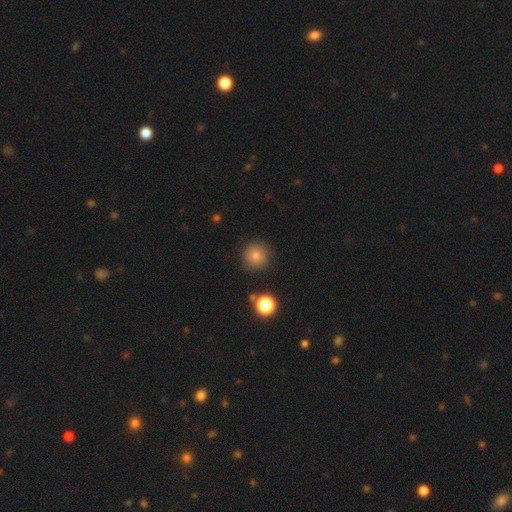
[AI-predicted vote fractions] A smooth galaxy with no disk features (80%) that is round (95%).

Vote fractions:
- Smooth or featured? smooth: 80% / star or artifact: 13% / featured or disk: 7%
- How rounded? round: 95% / in between: 4% / cigar-shaped: 1%
- Merging? none: 88% / minor disturbance: 8% / major disturbance: 2% / merger: 2%